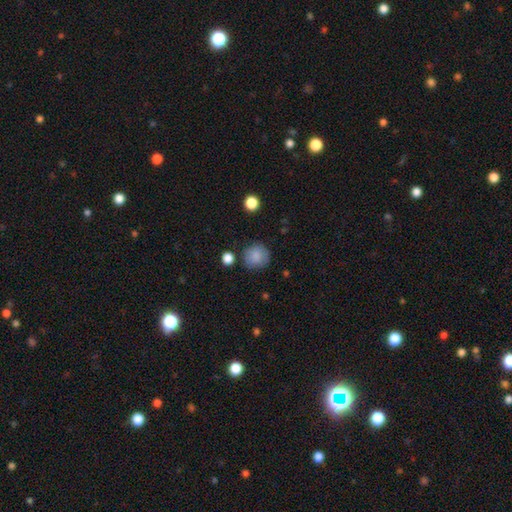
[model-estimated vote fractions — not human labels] smooth-or-featured: smooth: 85% | star or artifact: 9% | featured or disk: 7%
  how-rounded: round: 90% | in between: 9% | cigar-shaped: 1%
  merging: none: 80% | minor disturbance: 13% | major disturbance: 4% | merger: 3%